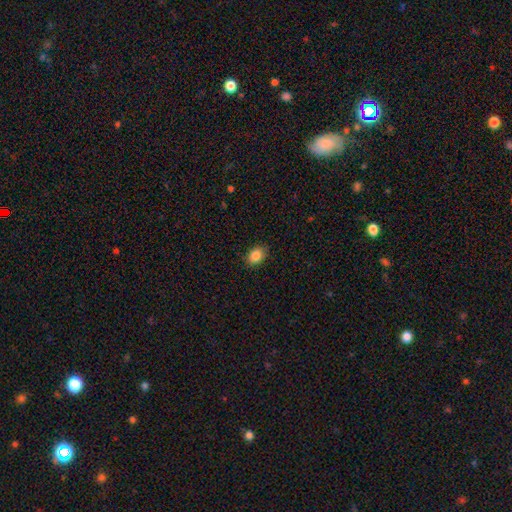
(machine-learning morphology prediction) This is clearly a smooth galaxy (86%). How rounded: likely in between (71%). Merging: clearly none (87%).